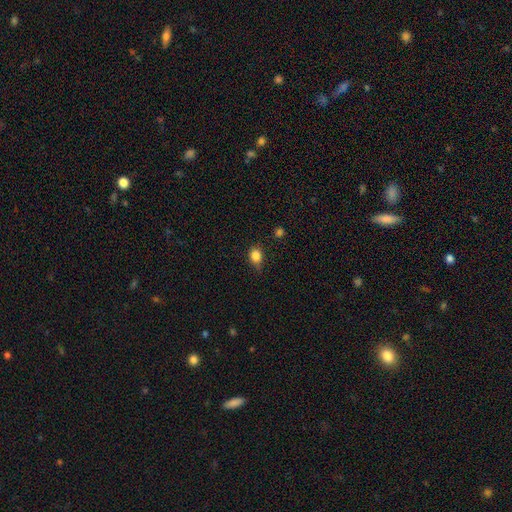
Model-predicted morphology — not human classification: smooth_or_featured: smooth (p=0.84) [alt: star or artifact p=0.11]
how_rounded: round (p=0.59) [alt: in between p=0.39]
merging: none (p=0.69) [alt: minor disturbance p=0.25]